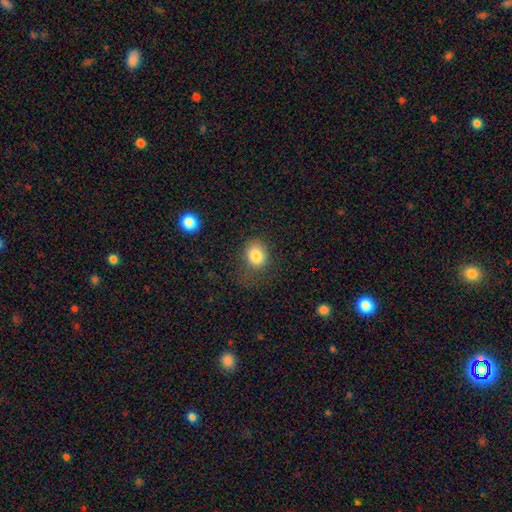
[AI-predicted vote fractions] smooth-or-featured: smooth: 82% | star or artifact: 11% | featured or disk: 7%
  how-rounded: round: 56% | in between: 43% | cigar-shaped: 1%
  merging: none: 65% | minor disturbance: 21% | major disturbance: 12% | merger: 2%